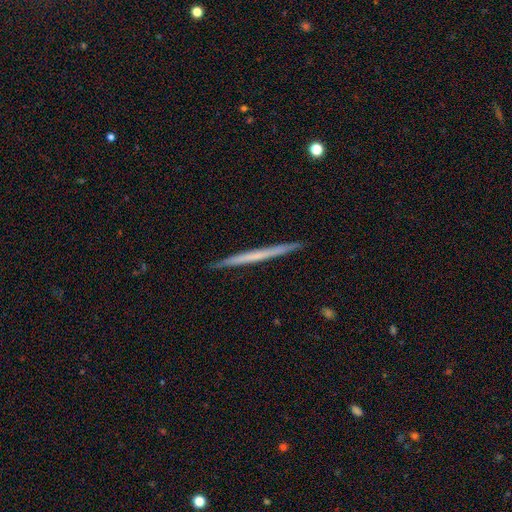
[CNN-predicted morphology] Smooth or featured?
  - featured or disk: 52% *
  - smooth: 43%
  - star or artifact: 5%
Edge-on disk?
  - yes: 98% *
  - no: 2%
Edge-on bulge?
  - none: 91% *
  - rounded: 6%
  - boxy: 3%
Merging?
  - none: 92% *
  - minor disturbance: 6%
  - major disturbance: 1%
  - merger: 1%